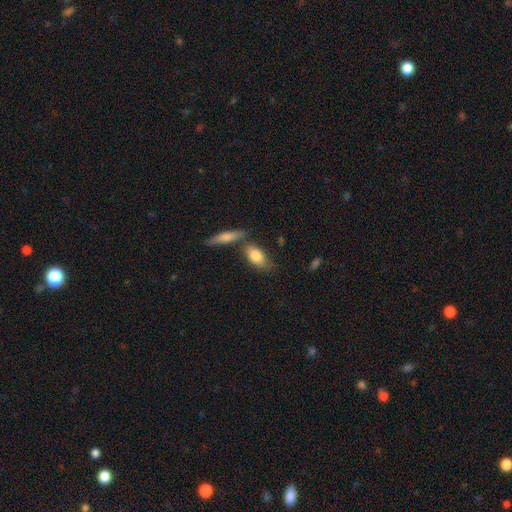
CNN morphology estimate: Overall: smooth (79%). How rounded: in between (84%). Merging: none (62%).